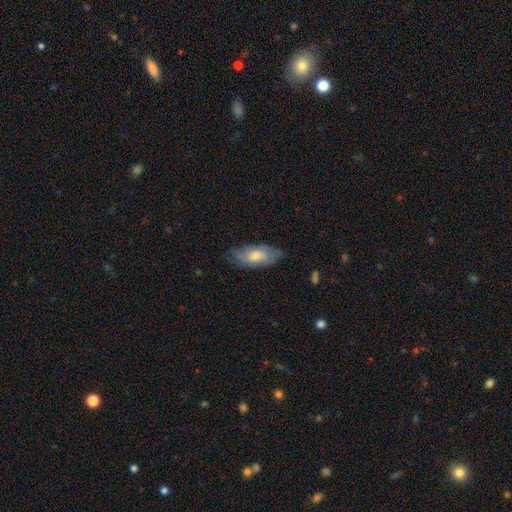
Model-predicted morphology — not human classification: This is possibly a smooth galaxy (54%). How rounded: likely in between (79%). Merging: likely none (73%).